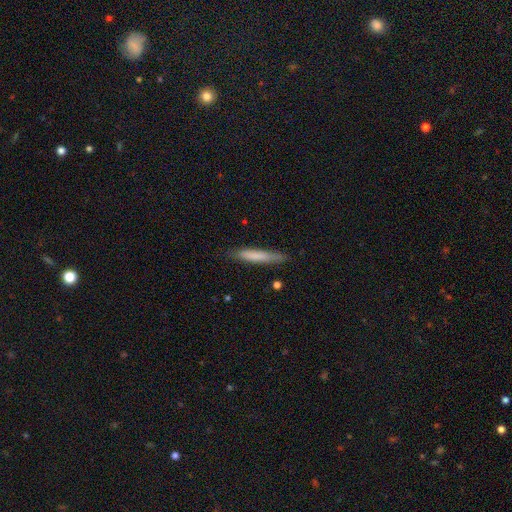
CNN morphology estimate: smooth_or_featured: smooth (p=0.74) [alt: featured or disk p=0.20]
how_rounded: cigar-shaped (p=0.93) [alt: in between p=0.06]
merging: none (p=0.81) [alt: minor disturbance p=0.15]